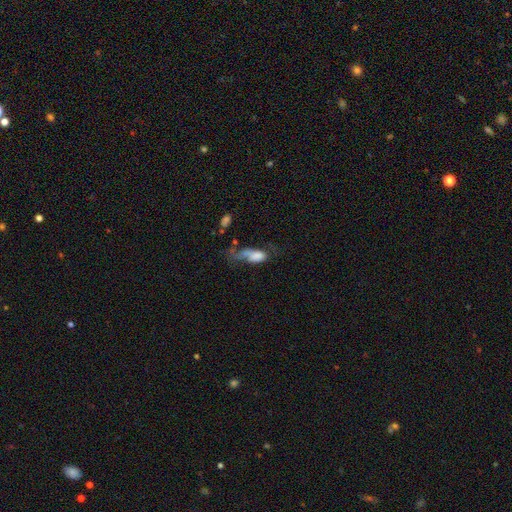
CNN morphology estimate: Overall: smooth (61%; featured or disk 29%). How rounded: in between (80%). Merging: major disturbance (50%; none 18%).